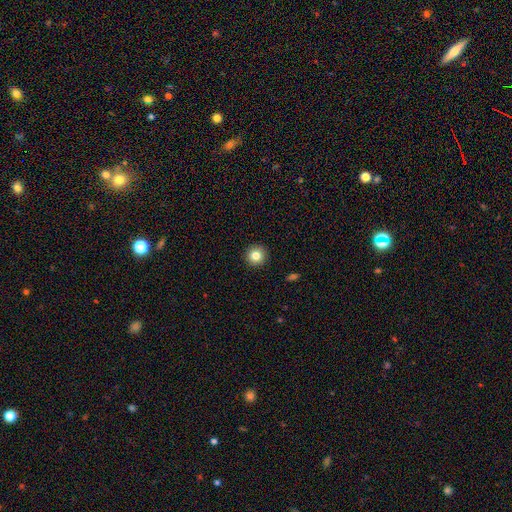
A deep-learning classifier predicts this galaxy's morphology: A smooth galaxy with no disk features (82%) that is round (95%).

Vote fractions:
- Smooth or featured? smooth: 82% / star or artifact: 11% / featured or disk: 7%
- How rounded? round: 95% / in between: 4% / cigar-shaped: 1%
- Merging? none: 93% / minor disturbance: 4% / major disturbance: 1% / merger: 1%